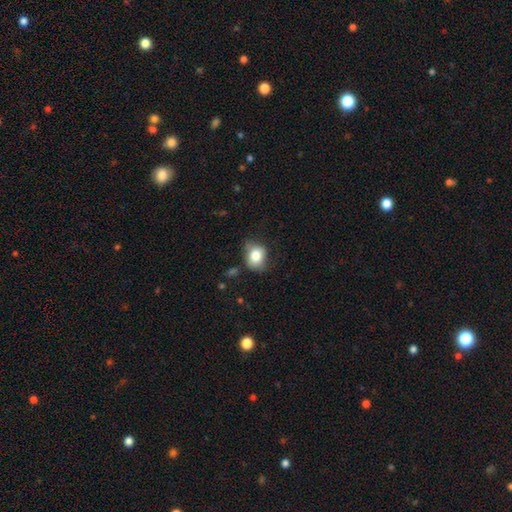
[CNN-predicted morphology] Q: Smooth or featured?
A: smooth (80%); runner-up: featured or disk (11%)
Q: How rounded?
A: in between (50%); runner-up: round (49%)
Q: Merging?
A: none (59%); runner-up: minor disturbance (29%)